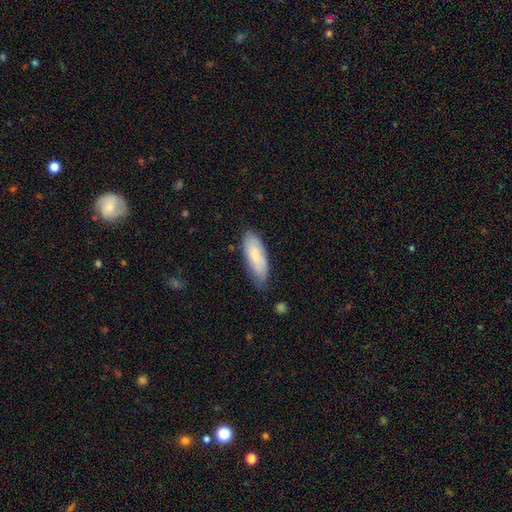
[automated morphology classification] Q: Smooth or featured?
A: smooth (75%); runner-up: featured or disk (19%)
Q: How rounded?
A: in between (67%); runner-up: cigar-shaped (32%)
Q: Merging?
A: none (68%); runner-up: minor disturbance (26%)